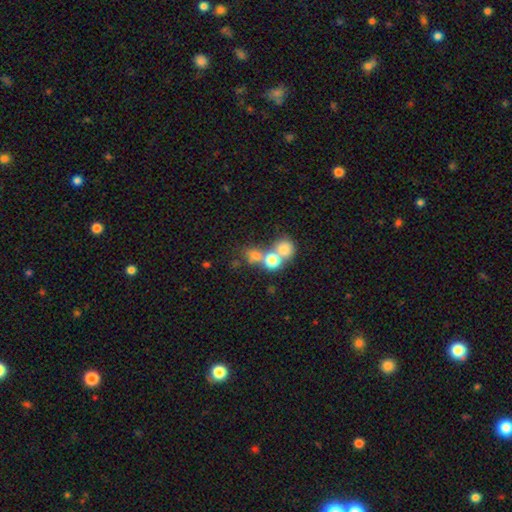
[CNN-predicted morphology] Overall: smooth (69%). How rounded: round (76%). Merging: merger (47%; none 41%).